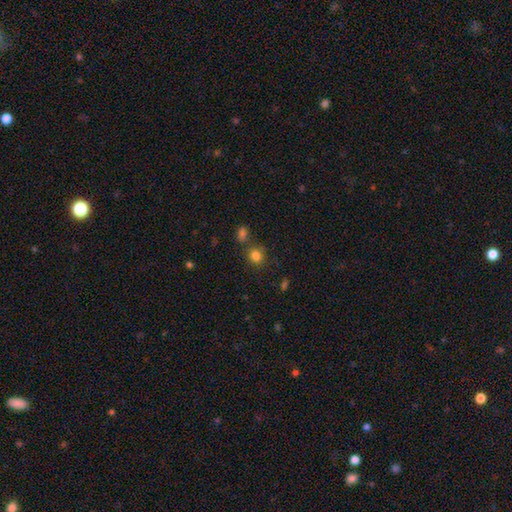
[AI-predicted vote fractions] A smooth galaxy with no disk features (81%) that is round (84%). Merging: none (75%).